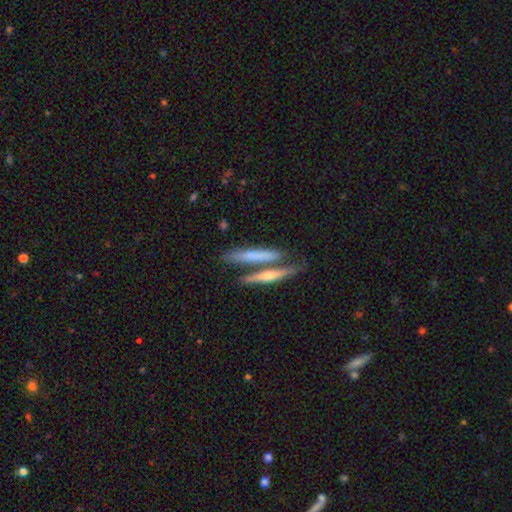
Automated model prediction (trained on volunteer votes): The model was most divided on "smooth or featured": smooth: 50%, featured or disk: 44%, star or artifact: 6%. More confident: merging — none (61%).